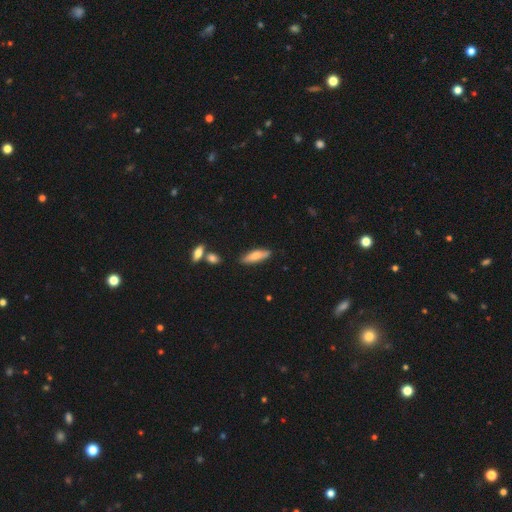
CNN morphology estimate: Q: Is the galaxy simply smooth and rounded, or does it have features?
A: smooth — 72%.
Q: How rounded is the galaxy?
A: cigar-shaped — 57%.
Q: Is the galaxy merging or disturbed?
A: none — 83%.